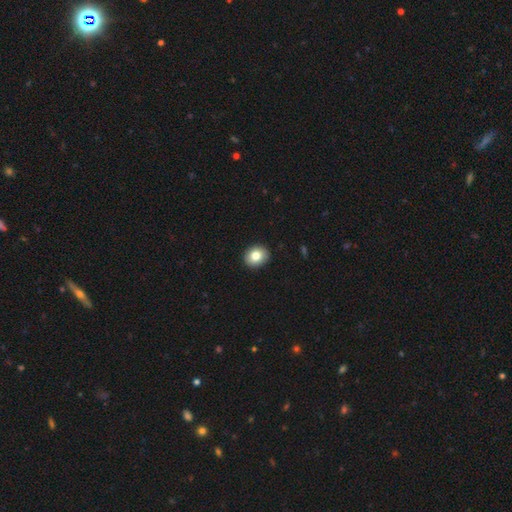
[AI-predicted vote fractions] smooth_or_featured: smooth (p=0.82) [alt: featured or disk p=0.10]
how_rounded: round (p=0.65) [alt: in between p=0.34]
merging: none (p=0.92) [alt: minor disturbance p=0.06]